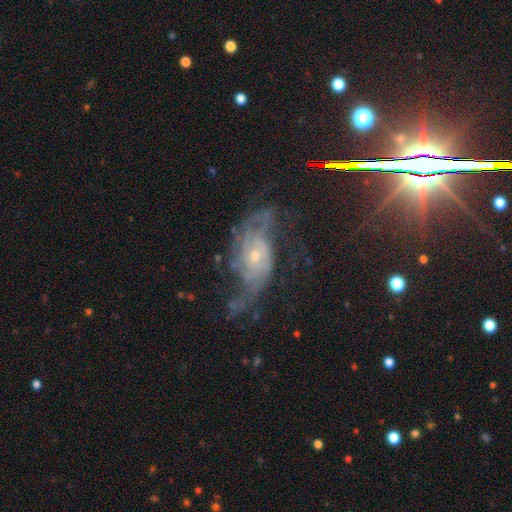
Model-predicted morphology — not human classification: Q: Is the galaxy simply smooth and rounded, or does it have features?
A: featured or disk — 80%.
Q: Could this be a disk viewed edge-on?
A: no — 94%.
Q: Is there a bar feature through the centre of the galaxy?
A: no — 72%.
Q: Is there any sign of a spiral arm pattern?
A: yes — 89%.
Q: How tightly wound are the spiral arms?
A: medium — 38%.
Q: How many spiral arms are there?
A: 2 — 49%.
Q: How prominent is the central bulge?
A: small — 65%.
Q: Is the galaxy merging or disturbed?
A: none — 45%.